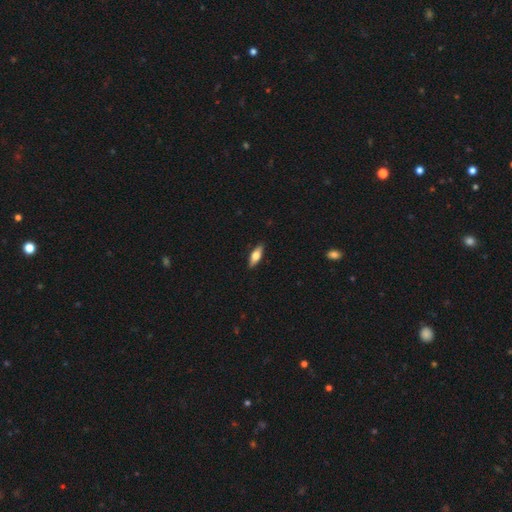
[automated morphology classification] Q: Smooth or featured?
A: smooth (57%); runner-up: featured or disk (37%)
Q: How rounded?
A: in between (60%); runner-up: cigar-shaped (37%)
Q: Merging?
A: none (89%); runner-up: minor disturbance (8%)